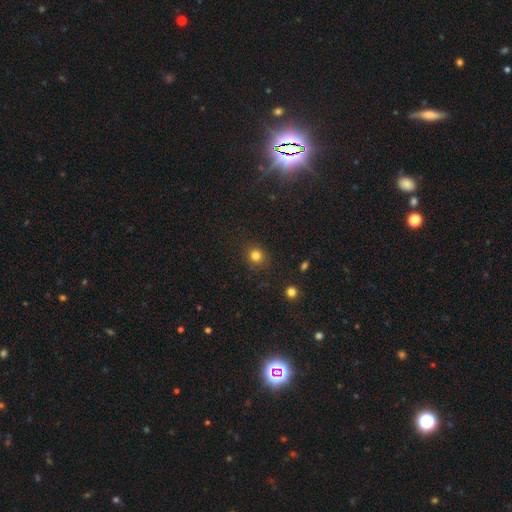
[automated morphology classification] A smooth galaxy with no disk features (81%) that is round (84%).

Vote fractions:
- Smooth or featured? smooth: 81% / star or artifact: 14% / featured or disk: 6%
- How rounded? round: 84% / in between: 15% / cigar-shaped: 1%
- Merging? none: 88% / minor disturbance: 8% / major disturbance: 3% / merger: 1%